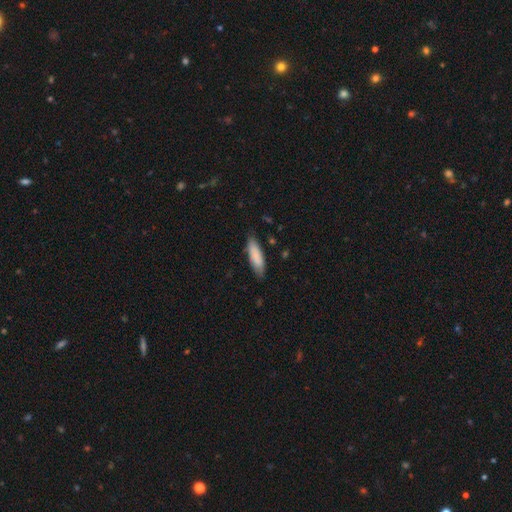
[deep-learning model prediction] smooth_or_featured: smooth (p=0.84) [alt: featured or disk p=0.10]
how_rounded: in between (p=0.51) [alt: cigar-shaped p=0.47]
merging: none (p=0.79) [alt: minor disturbance p=0.17]